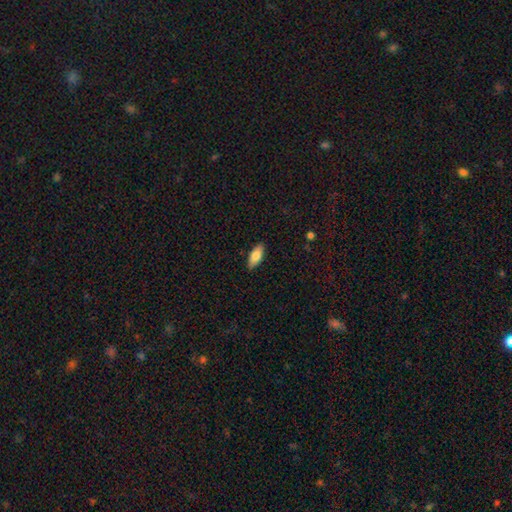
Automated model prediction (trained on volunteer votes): The model was most divided on "how rounded": in between: 81%, cigar-shaped: 17%, round: 2%. More confident: merging — none (89%); smooth or featured — smooth (80%).